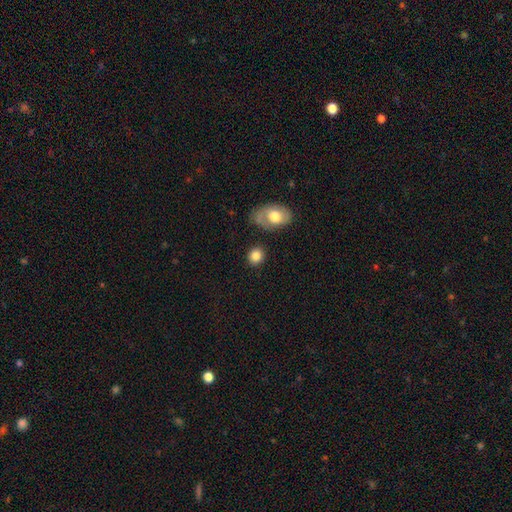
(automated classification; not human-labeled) smooth-or-featured: smooth: 84% | star or artifact: 8% | featured or disk: 8%
  how-rounded: round: 76% | in between: 23% | cigar-shaped: 1%
  merging: none: 81% | minor disturbance: 10% | merger: 5% | major disturbance: 4%